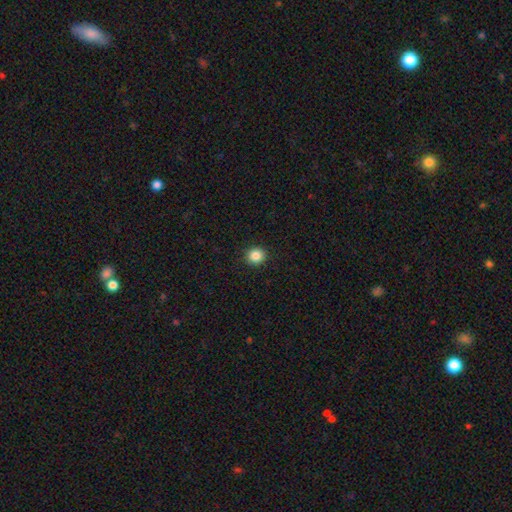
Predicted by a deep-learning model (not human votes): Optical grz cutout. It shows a smooth galaxy with no disk features (86%) that is round (91%). Merging: none (93%).